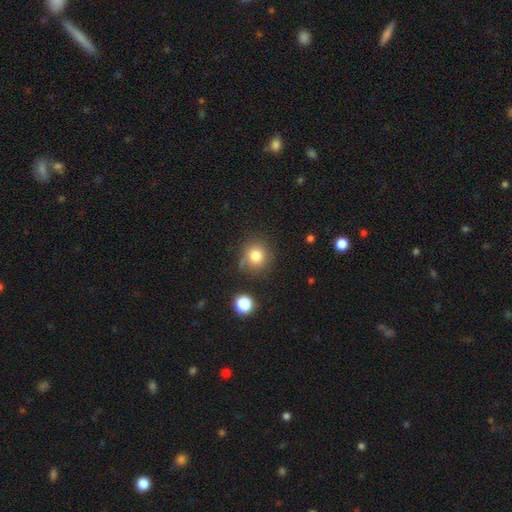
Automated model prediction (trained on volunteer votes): smooth_or_featured: smooth (p=0.80) [alt: star or artifact p=0.12]
how_rounded: round (p=0.90) [alt: in between p=0.09]
merging: none (p=0.74) [alt: minor disturbance p=0.15]